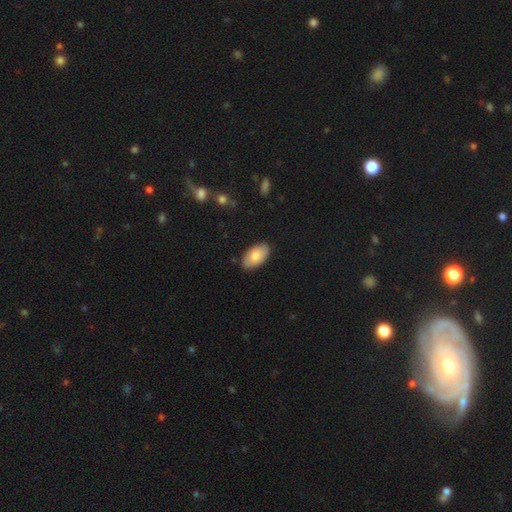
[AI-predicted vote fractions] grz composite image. It shows a smooth galaxy with no disk features (81%) that is in between round and cigar-shaped (95%). Merging: none (85%).